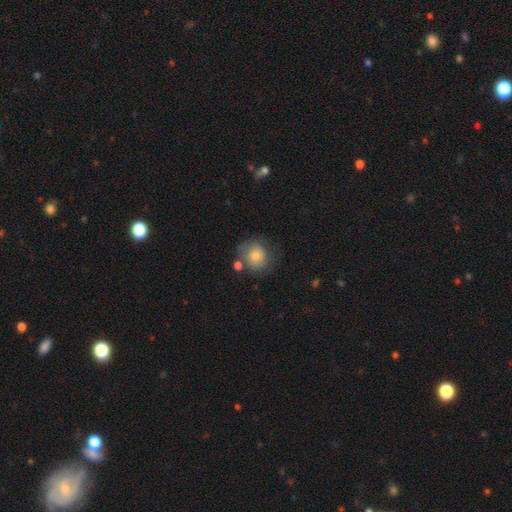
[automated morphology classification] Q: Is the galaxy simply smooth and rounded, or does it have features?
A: smooth — 78%.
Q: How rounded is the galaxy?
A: round — 80%.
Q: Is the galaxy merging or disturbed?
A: none — 60%.